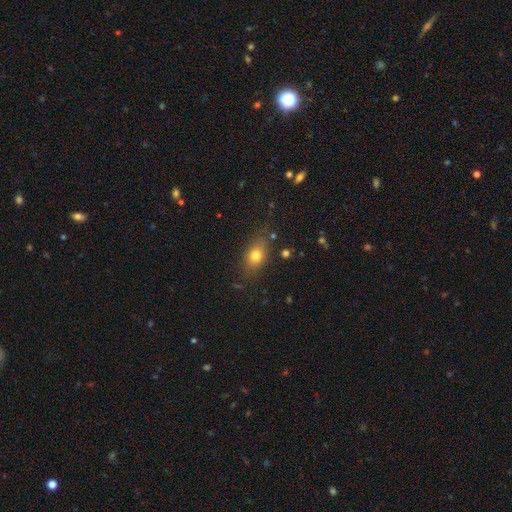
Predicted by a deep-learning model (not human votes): smooth_or_featured: smooth (p=0.75) [alt: featured or disk p=0.13]
how_rounded: in between (p=0.67) [alt: round p=0.29]
merging: none (p=0.74) [alt: minor disturbance p=0.17]